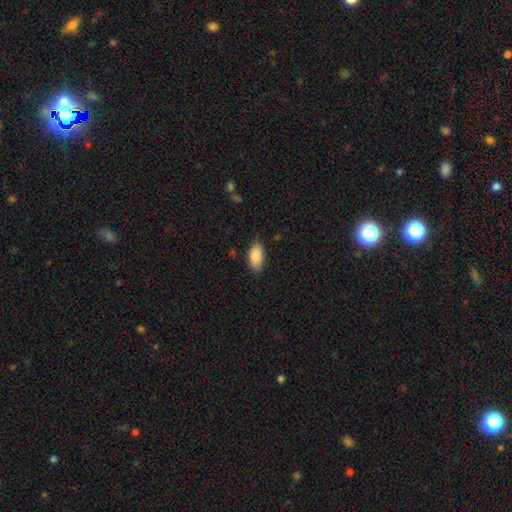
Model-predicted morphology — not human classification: Q: Smooth or featured?
A: smooth (87%); runner-up: featured or disk (7%)
Q: How rounded?
A: in between (93%); runner-up: cigar-shaped (4%)
Q: Merging?
A: none (82%); runner-up: minor disturbance (14%)